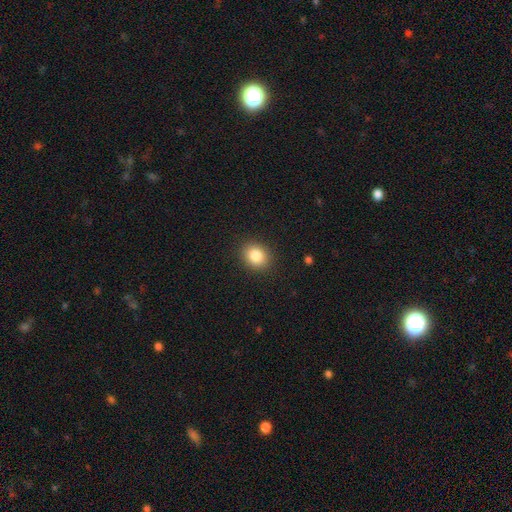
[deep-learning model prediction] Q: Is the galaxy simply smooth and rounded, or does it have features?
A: smooth — 84%.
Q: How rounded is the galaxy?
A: round — 61%.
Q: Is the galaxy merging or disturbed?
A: none — 90%.